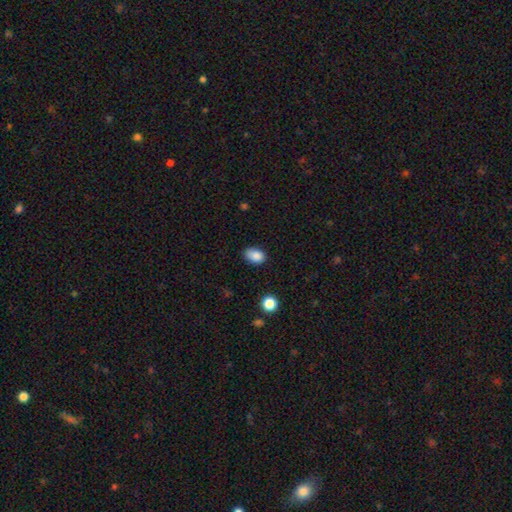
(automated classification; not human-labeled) Smooth or featured? Predicted: smooth (p=0.87). How rounded? Predicted: in between (p=0.85). Merging? Predicted: none (p=0.78).